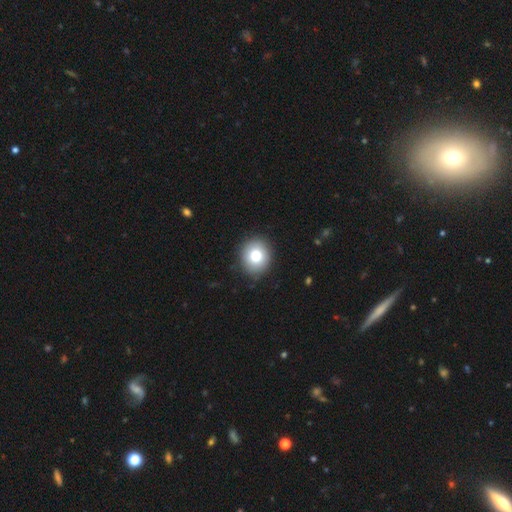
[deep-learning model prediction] Overall: smooth (81%). How rounded: round (80%). Merging: none (89%).